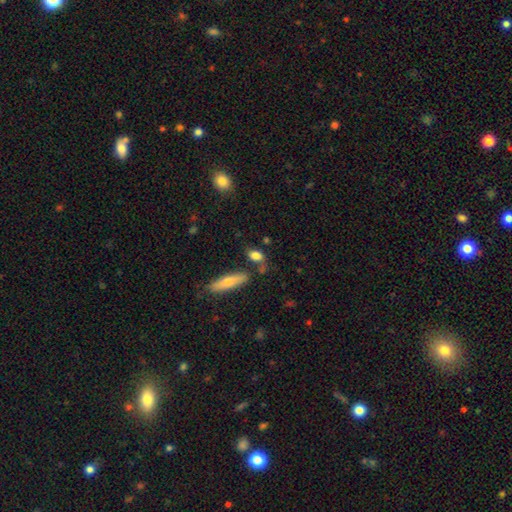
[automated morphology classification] Smooth or featured?
  - smooth: 79% *
  - featured or disk: 12%
  - star or artifact: 9%
How rounded?
  - in between: 72% *
  - round: 15%
  - cigar-shaped: 13%
Merging?
  - none: 63% *
  - minor disturbance: 17%
  - merger: 14%
  - major disturbance: 6%